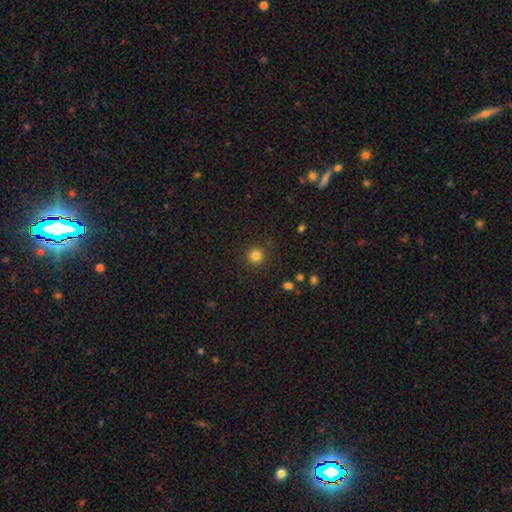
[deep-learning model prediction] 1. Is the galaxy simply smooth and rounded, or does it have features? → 82% smooth, 13% star or artifact, 4% featured or disk.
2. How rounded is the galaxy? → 94% round, 5% in between, 1% cigar-shaped.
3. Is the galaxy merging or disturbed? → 89% none, 6% minor disturbance, 3% major disturbance, 1% merger.